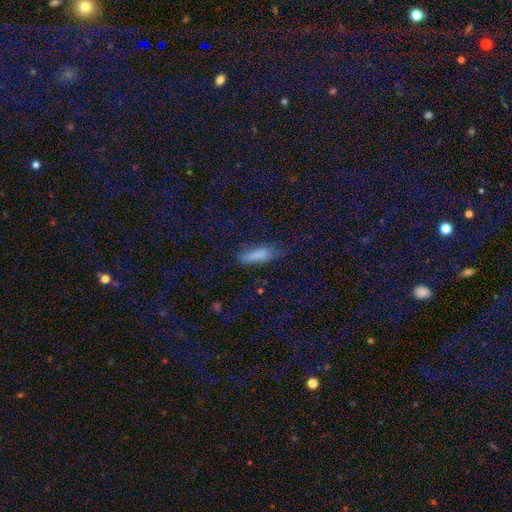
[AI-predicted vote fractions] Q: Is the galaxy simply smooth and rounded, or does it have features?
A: smooth — 76%.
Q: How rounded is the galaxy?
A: cigar-shaped — 57%.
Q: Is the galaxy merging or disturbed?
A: none — 63%.